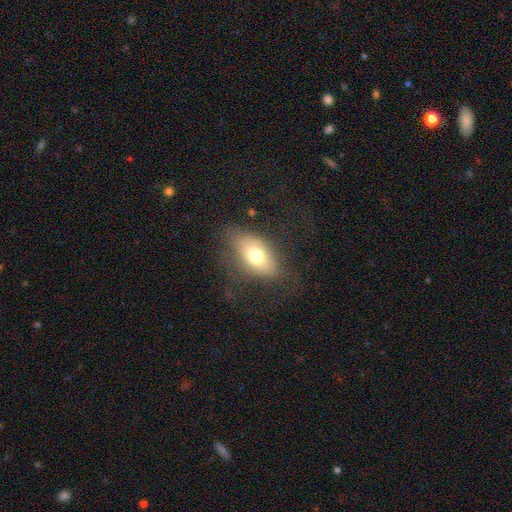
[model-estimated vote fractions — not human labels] Smooth or featured? Predicted: smooth (p=0.69). How rounded? Predicted: in between (p=0.87). Merging? Predicted: none (p=0.65).